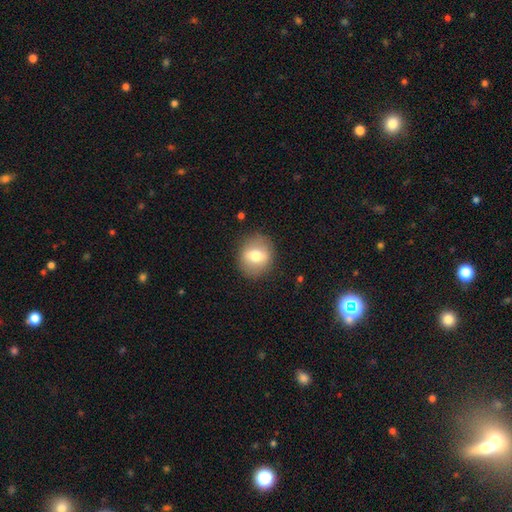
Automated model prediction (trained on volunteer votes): Q: Smooth or featured?
A: smooth (66%); runner-up: featured or disk (26%)
Q: How rounded?
A: round (71%); runner-up: in between (28%)
Q: Merging?
A: none (86%); runner-up: minor disturbance (10%)